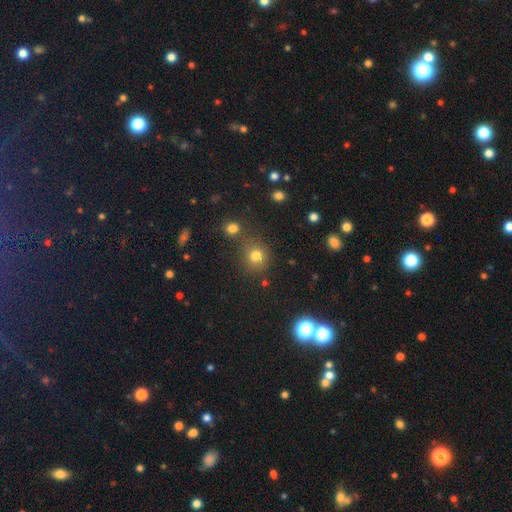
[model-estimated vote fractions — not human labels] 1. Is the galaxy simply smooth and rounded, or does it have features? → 75% smooth, 17% star or artifact, 7% featured or disk.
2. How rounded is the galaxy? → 84% round, 15% in between, 1% cigar-shaped.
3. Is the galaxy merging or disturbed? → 70% none, 14% merger, 12% minor disturbance, 5% major disturbance.